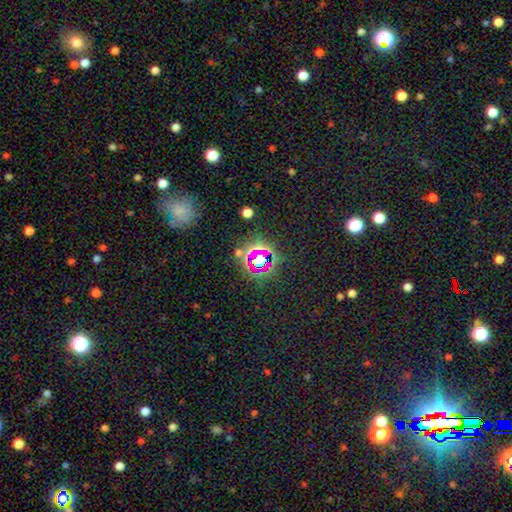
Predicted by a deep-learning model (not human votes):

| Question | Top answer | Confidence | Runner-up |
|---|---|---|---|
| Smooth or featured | star or artifact | 69% | smooth (20%) |